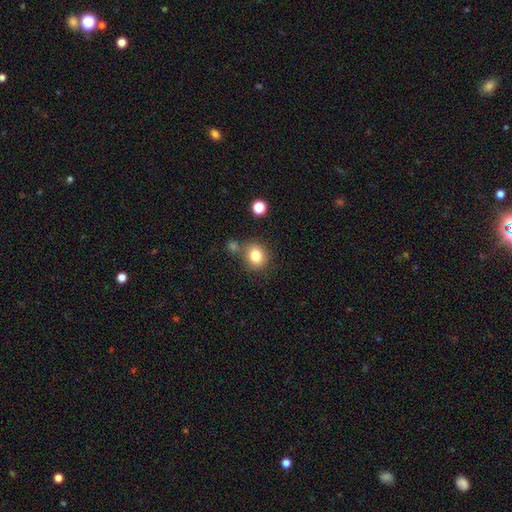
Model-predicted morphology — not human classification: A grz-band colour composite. It shows a smooth galaxy with no disk features (81%) that is round (73%). Merging: none (71%).